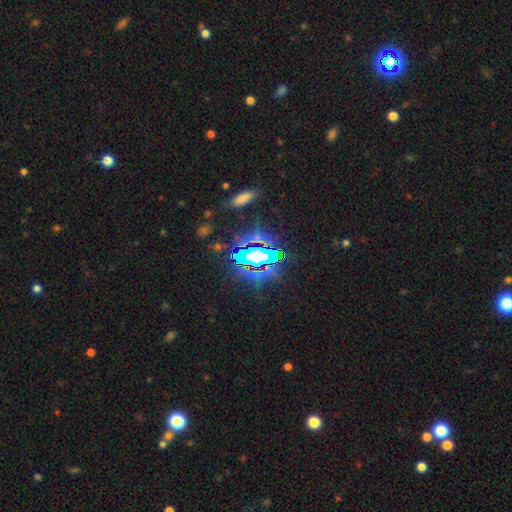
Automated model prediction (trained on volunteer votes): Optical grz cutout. It shows a star or artifact, not a galaxy (74%).